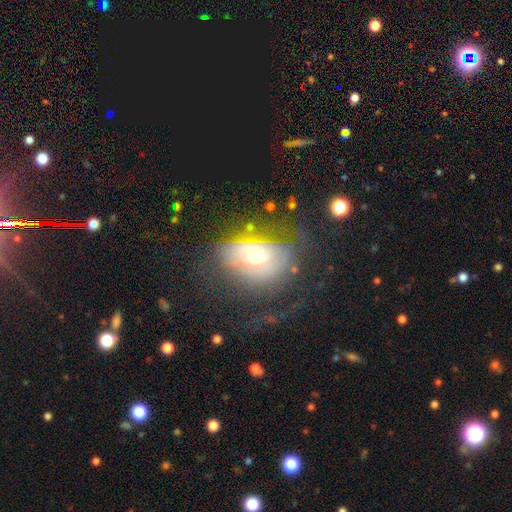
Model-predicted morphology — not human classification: smooth_or_featured: featured or disk (p=0.60) [alt: smooth p=0.30]
disk_edge_on: no (p=0.92) [alt: yes p=0.08]
bar: no (p=0.79) [alt: weak p=0.15]
has_spiral_arms: no (p=0.55) [alt: yes p=0.45]
bulge_size: moderate (p=0.65) [alt: large p=0.24]
merging: none (p=0.44) [alt: major disturbance p=0.32]